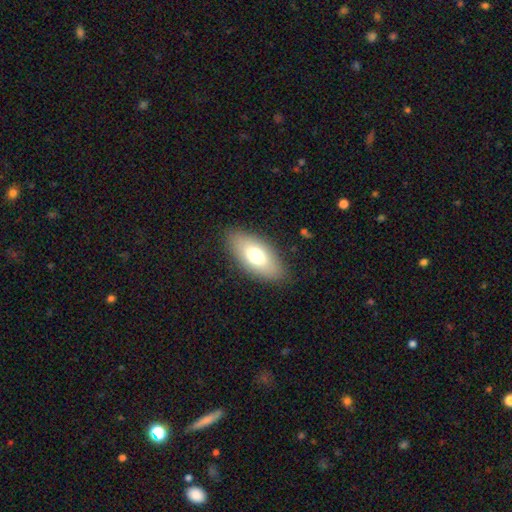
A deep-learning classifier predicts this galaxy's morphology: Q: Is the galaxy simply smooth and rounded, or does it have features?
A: smooth — 69%.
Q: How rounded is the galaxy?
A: in between — 88%.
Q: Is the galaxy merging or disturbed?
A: none — 85%.